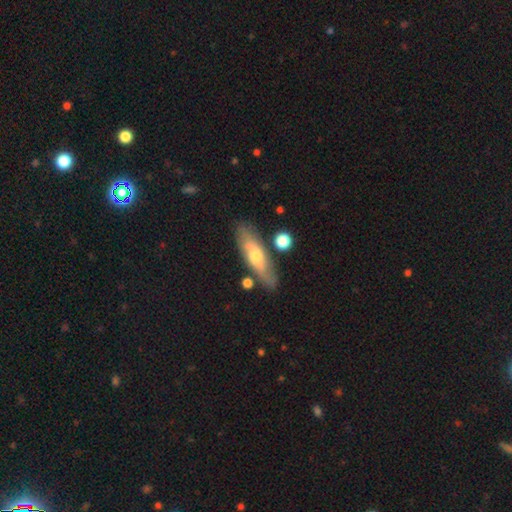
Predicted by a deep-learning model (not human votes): smooth-or-featured: featured or disk: 50% | smooth: 44% | star or artifact: 6%
  merging: none: 75% | minor disturbance: 16% | merger: 6% | major disturbance: 4%